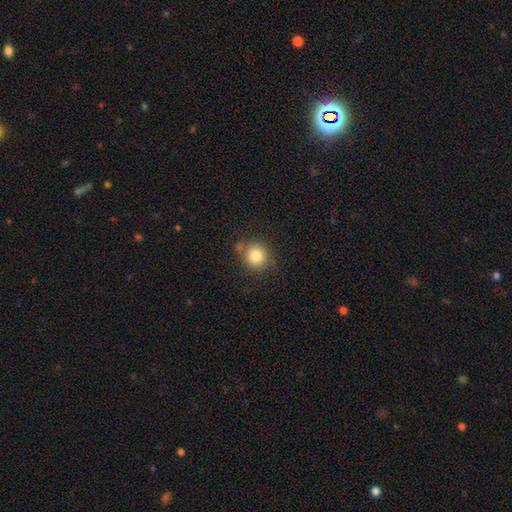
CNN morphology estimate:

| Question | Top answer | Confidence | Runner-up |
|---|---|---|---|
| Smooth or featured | smooth | 82% | star or artifact (10%) |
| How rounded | round | 89% | in between (10%) |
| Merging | none | 74% | minor disturbance (13%) |